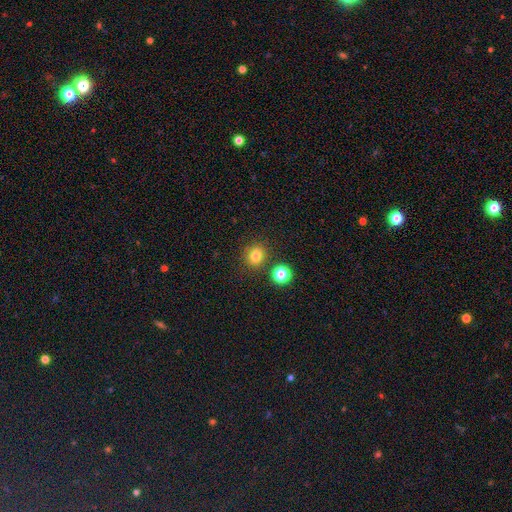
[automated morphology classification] A smooth galaxy with no disk features (78%) that is round (82%). Merging: none (82%).